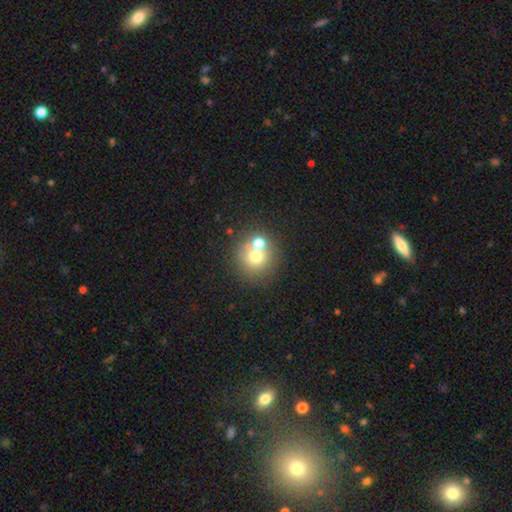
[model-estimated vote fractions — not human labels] Overall: smooth (65%). How rounded: round (89%). Merging: none (52%; merger 38%).